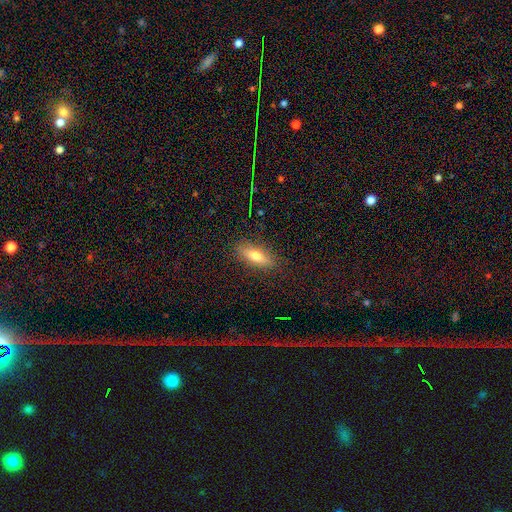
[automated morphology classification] Q: Smooth or featured?
A: smooth (67%); runner-up: featured or disk (24%)
Q: How rounded?
A: in between (59%); runner-up: cigar-shaped (38%)
Q: Merging?
A: none (86%); runner-up: minor disturbance (10%)